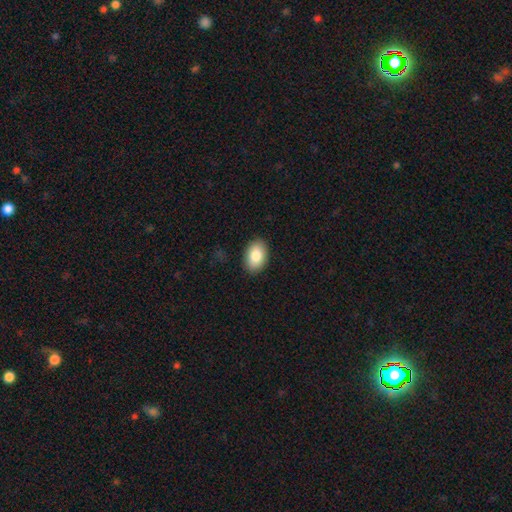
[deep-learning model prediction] This is clearly a smooth galaxy (85%). How rounded: clearly in between (89%). Merging: clearly none (89%).